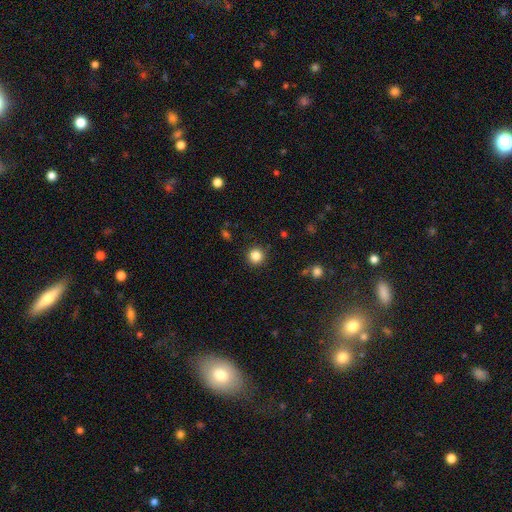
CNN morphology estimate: type=smooth (84%); roundness=round (95%); merging=none (91%).